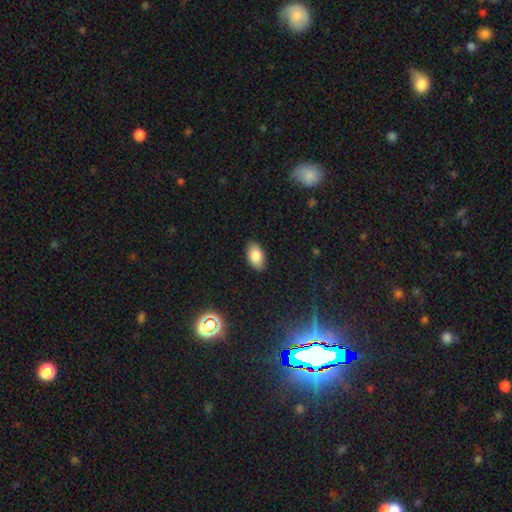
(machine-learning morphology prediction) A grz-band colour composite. It shows a smooth galaxy with no disk features (83%) that is in between round and cigar-shaped (94%). Merging: none (87%).